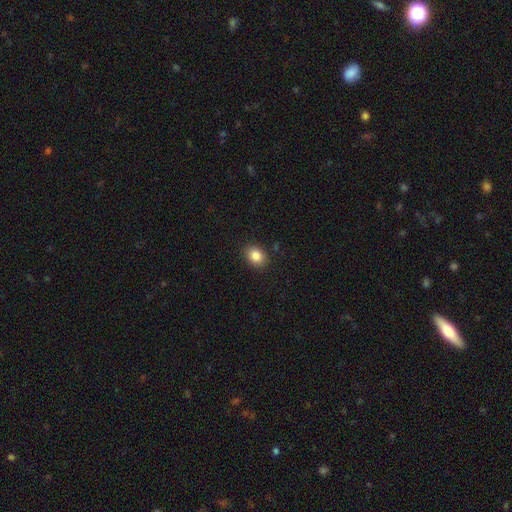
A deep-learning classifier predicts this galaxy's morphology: A smooth galaxy with no disk features (85%) that is in between round and cigar-shaped (60%). Merging: none (89%).